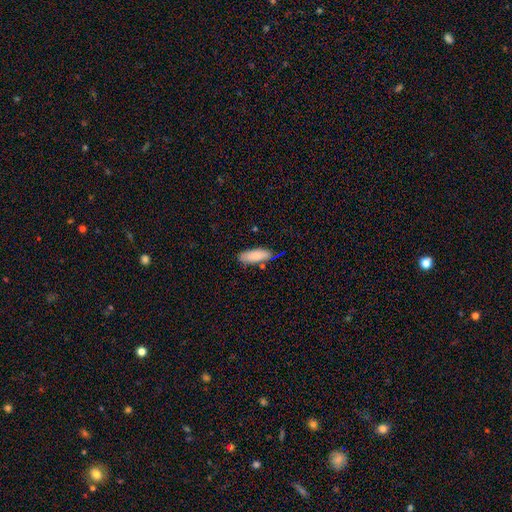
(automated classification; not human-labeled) smooth_or_featured: smooth (p=0.84) [alt: featured or disk p=0.10]
how_rounded: in between (p=0.67) [alt: cigar-shaped p=0.31]
merging: none (p=0.75) [alt: minor disturbance p=0.17]